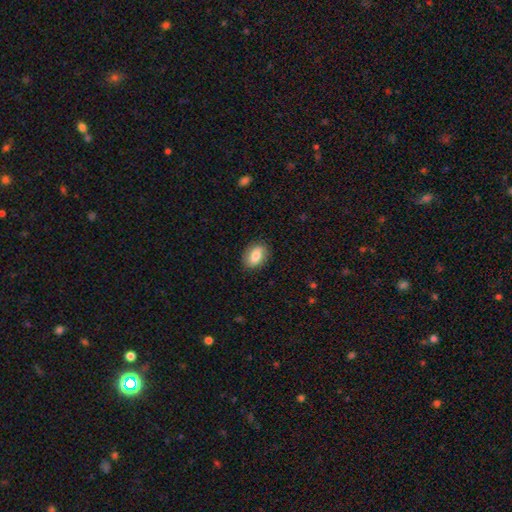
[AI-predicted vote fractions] Smooth or featured: smooth — 79% (featured or disk — 14%)
How rounded: in between — 82% (round — 16%)
Merging: none — 87% (minor disturbance — 10%)